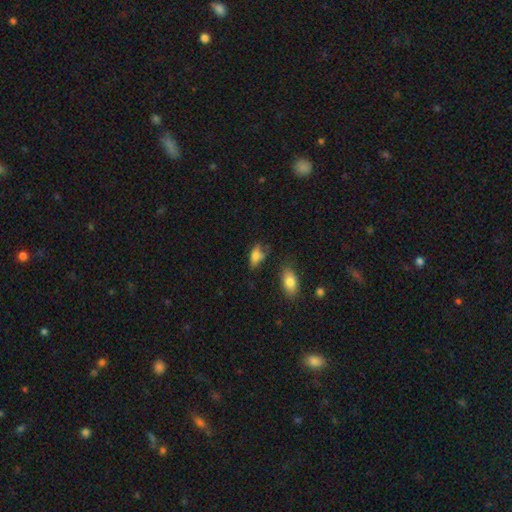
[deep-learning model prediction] Smooth or featured: smooth — 74% (featured or disk — 15%)
How rounded: in between — 84% (cigar-shaped — 8%)
Merging: none — 47% (minor disturbance — 32%)